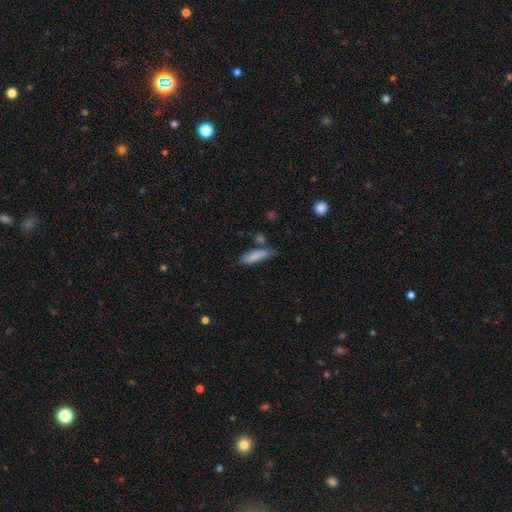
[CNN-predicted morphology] A smooth galaxy with no disk features (81%) that is cigar-shaped (55%).

Vote fractions:
- Smooth or featured? smooth: 81% / featured or disk: 11% / star or artifact: 7%
- How rounded? cigar-shaped: 55% / in between: 43% / round: 2%
- Merging? none: 50% / minor disturbance: 30% / merger: 11% / major disturbance: 9%